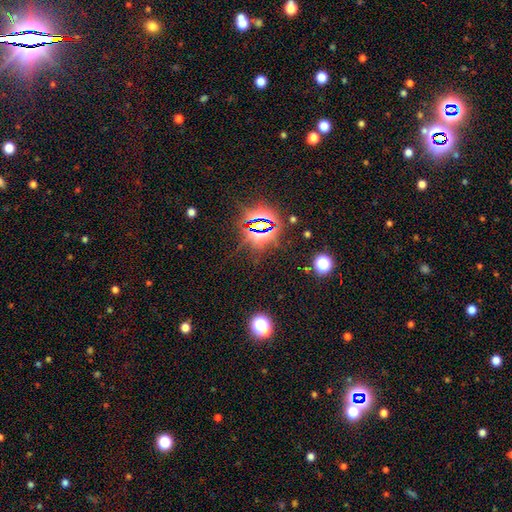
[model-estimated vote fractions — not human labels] Smooth or featured? Predicted: star or artifact (p=0.83).